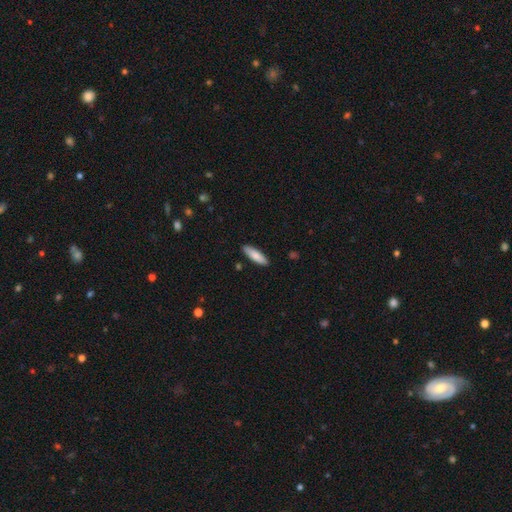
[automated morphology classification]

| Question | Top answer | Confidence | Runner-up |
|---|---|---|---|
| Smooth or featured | smooth | 83% | featured or disk (12%) |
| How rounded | cigar-shaped | 56% | in between (42%) |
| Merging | none | 89% | minor disturbance (8%) |